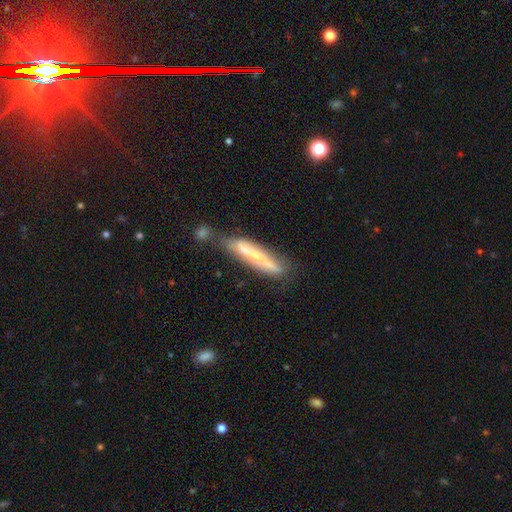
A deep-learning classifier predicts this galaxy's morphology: Smooth or featured? featured or disk (56%)
Edge-on disk? yes (69%)
Merging? none (53%)